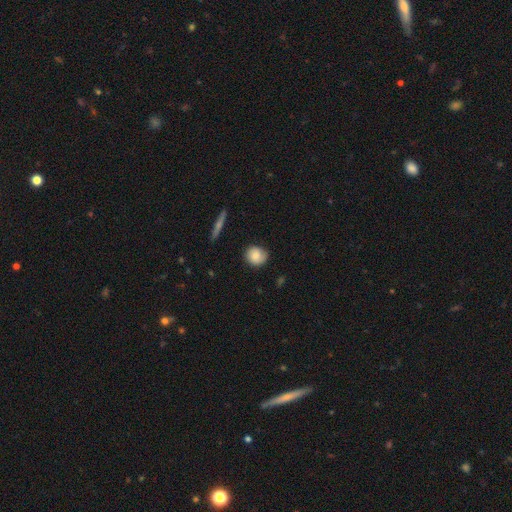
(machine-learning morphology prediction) A smooth galaxy with no disk features (73%) that is round (83%). Merging: none (81%).